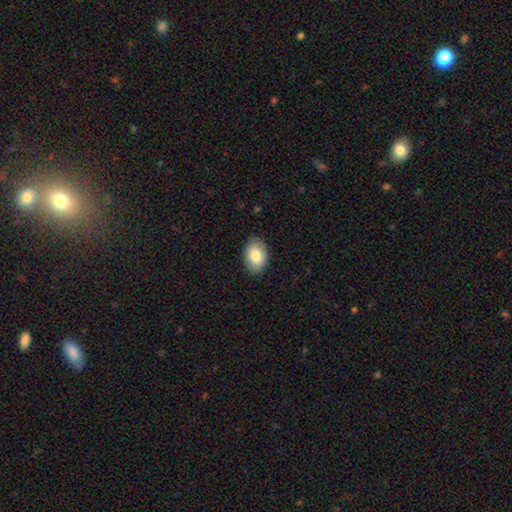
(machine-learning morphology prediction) smooth 84%, featured or disk 9%, star or artifact 6%. Down the decision tree: how rounded — in between (88%); merging — none (87%).